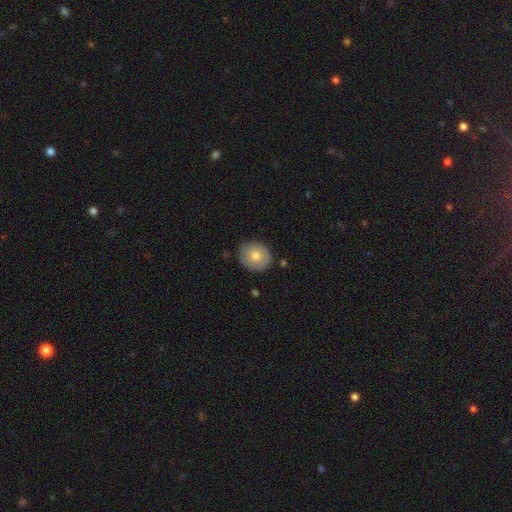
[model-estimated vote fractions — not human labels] Smooth or featured? smooth (74%)
How rounded? round (77%)
Merging? none (82%)